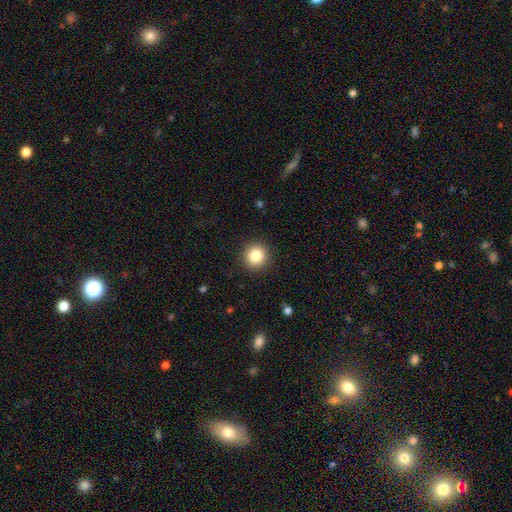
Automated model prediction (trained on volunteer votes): This is clearly a smooth galaxy (83%). How rounded: clearly round (92%). Merging: clearly none (92%).